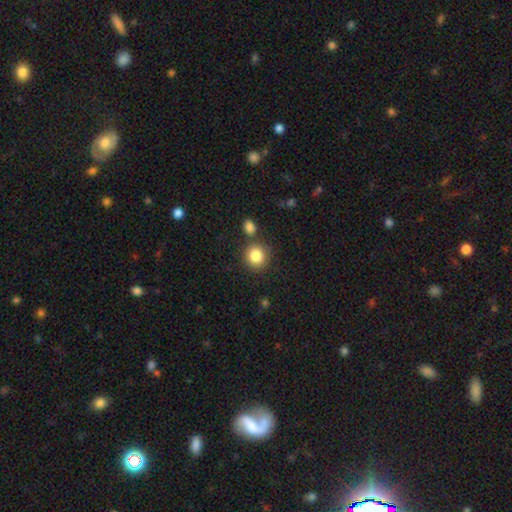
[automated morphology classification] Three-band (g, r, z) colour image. It shows a smooth galaxy with no disk features (85%) that is round (87%). Merging: none (76%).